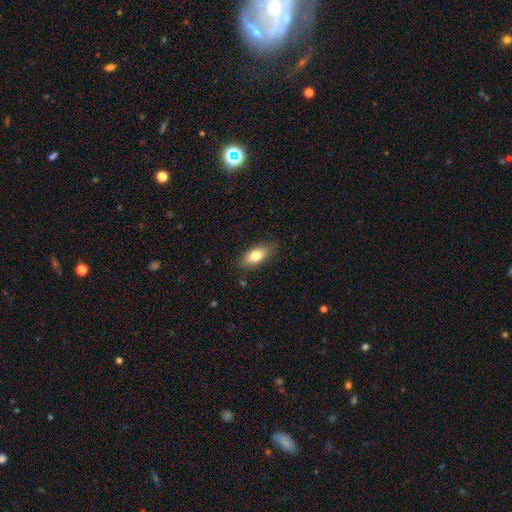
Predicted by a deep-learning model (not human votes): This is likely a smooth galaxy (79%). How rounded: clearly in between (86%). Merging: clearly none (83%).